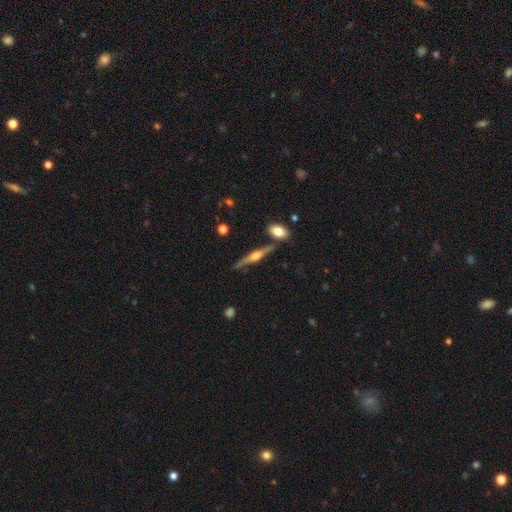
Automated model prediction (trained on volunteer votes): Q: Smooth or featured?
A: featured or disk (74%); runner-up: smooth (19%)
Q: Edge-on disk?
A: yes (96%); runner-up: no (4%)
Q: Edge-on bulge?
A: rounded (87%); runner-up: boxy (9%)
Q: Merging?
A: none (75%); runner-up: minor disturbance (14%)